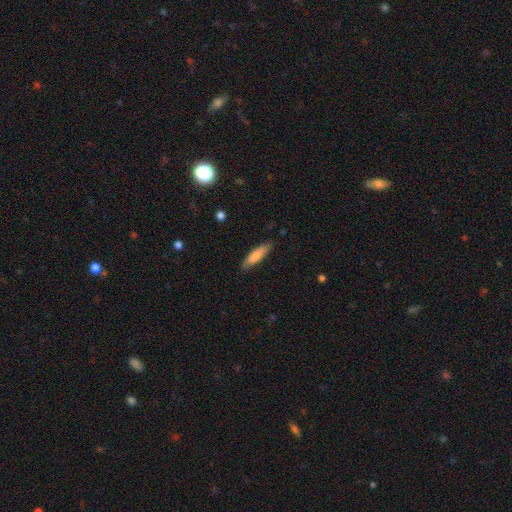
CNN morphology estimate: smooth_or_featured: smooth (p=0.75) [alt: featured or disk p=0.20]
how_rounded: cigar-shaped (p=0.73) [alt: in between p=0.25]
merging: none (p=0.83) [alt: minor disturbance p=0.14]